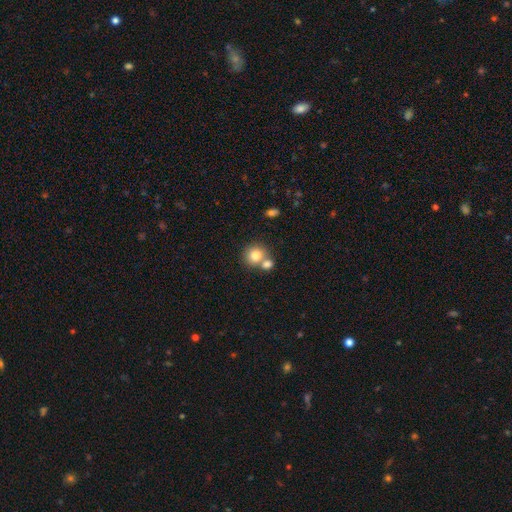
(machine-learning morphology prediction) Overall: smooth (80%). How rounded: round (85%). Merging: none (49%; merger 41%).